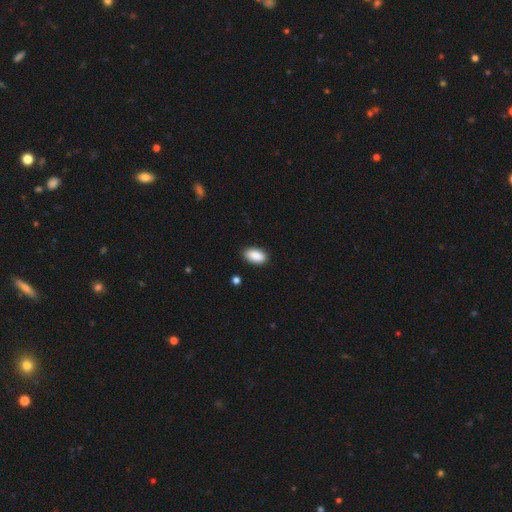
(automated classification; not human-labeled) Smooth or featured? Predicted: smooth (p=0.90). How rounded? Predicted: in between (p=0.94). Merging? Predicted: none (p=0.88).